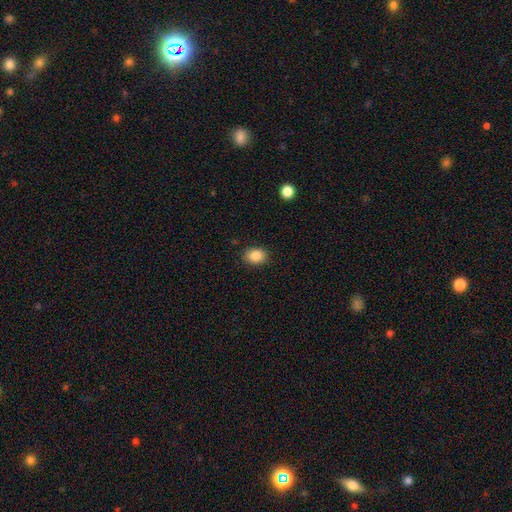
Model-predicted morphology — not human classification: This appears to be a smooth galaxy with no disk features (87%) that is in between round and cigar-shaped (59%). Merging: none (87%).